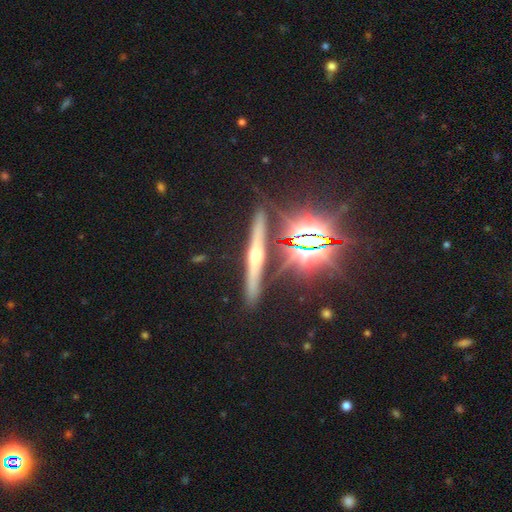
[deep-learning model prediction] The model was most divided on "smooth or featured": featured or disk: 53%, star or artifact: 26%, smooth: 22%. More confident: edge-on disk — yes (94%); merging — none (84%).